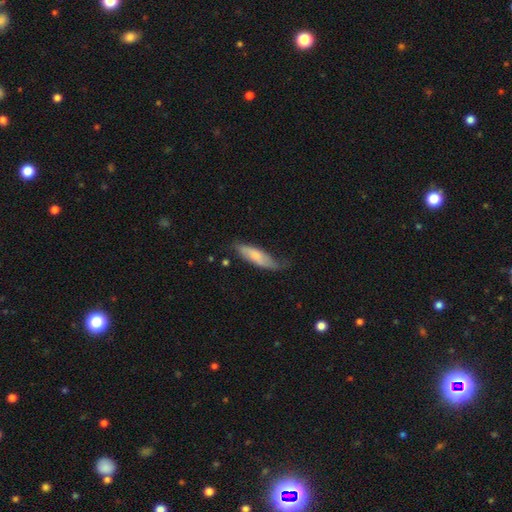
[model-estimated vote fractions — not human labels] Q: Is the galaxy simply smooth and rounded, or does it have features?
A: smooth — 66%.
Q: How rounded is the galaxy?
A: cigar-shaped — 58%.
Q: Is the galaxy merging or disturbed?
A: none — 53%.